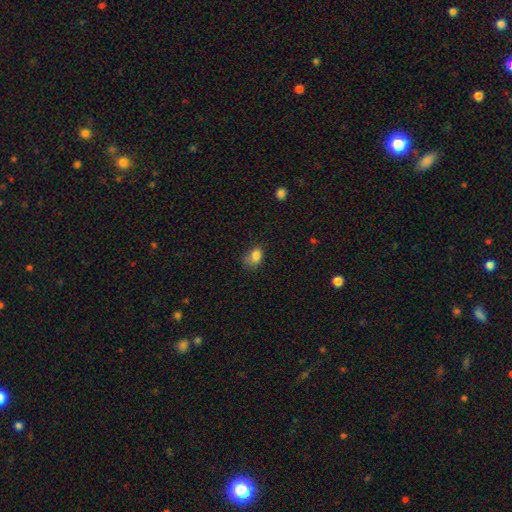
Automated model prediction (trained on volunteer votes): Smooth or featured? Predicted: smooth (p=0.82). How rounded? Predicted: in between (p=0.68). Merging? Predicted: none (p=0.47).